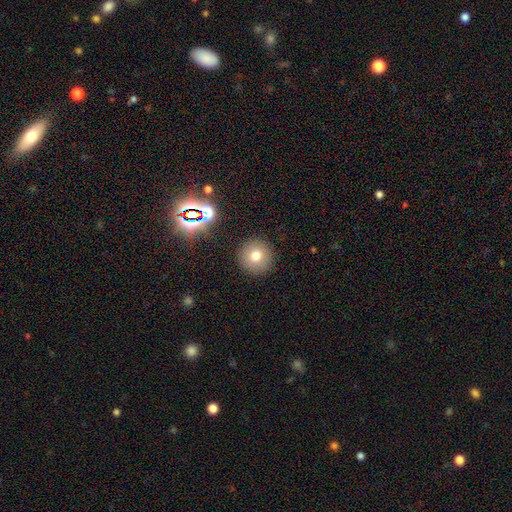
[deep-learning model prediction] Overall: smooth (74%). How rounded: round (95%). Merging: none (90%).